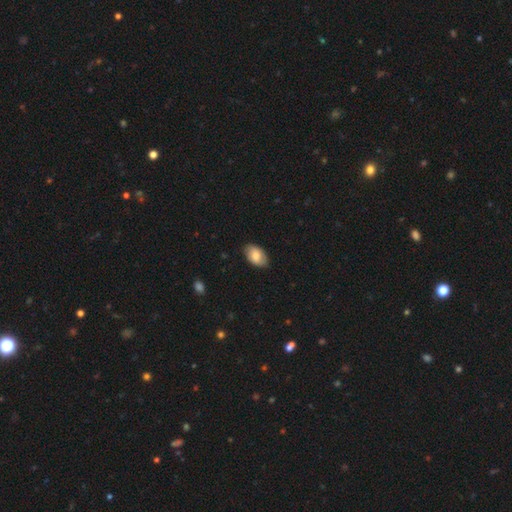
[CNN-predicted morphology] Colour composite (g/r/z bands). It shows a smooth galaxy with no disk features (81%) that is in between round and cigar-shaped (93%). Merging: none (84%).